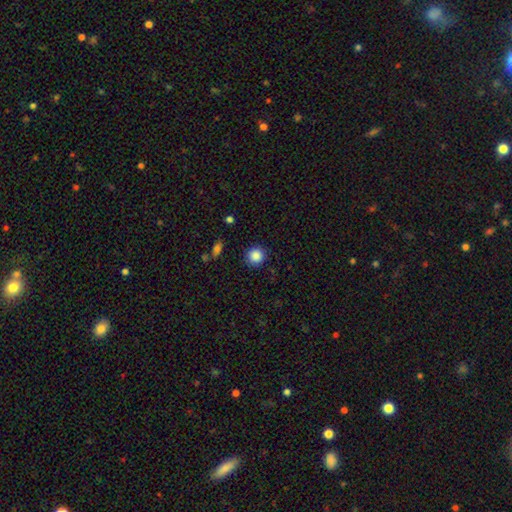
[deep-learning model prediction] This is clearly a smooth galaxy (87%). How rounded: clearly round (94%). Merging: clearly none (90%).